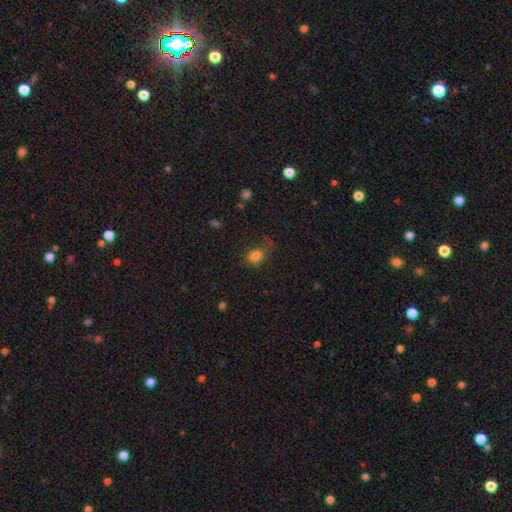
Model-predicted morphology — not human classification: Smooth or featured? Predicted: smooth (p=0.80). How rounded? Predicted: in between (p=0.58). Merging? Predicted: none (p=0.52).